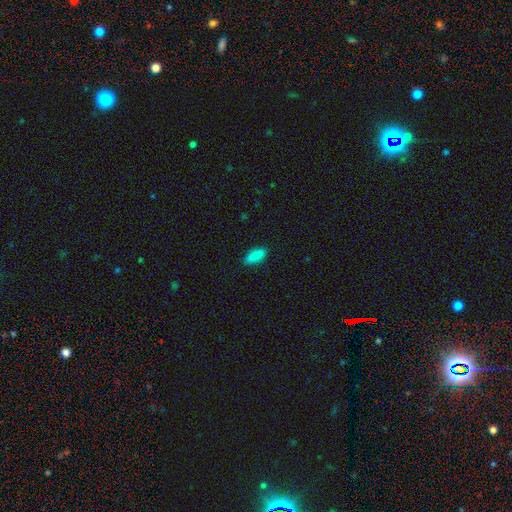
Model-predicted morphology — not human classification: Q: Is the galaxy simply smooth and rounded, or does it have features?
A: smooth — 88%.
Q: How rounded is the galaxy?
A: in between — 68%.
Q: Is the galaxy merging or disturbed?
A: none — 86%.